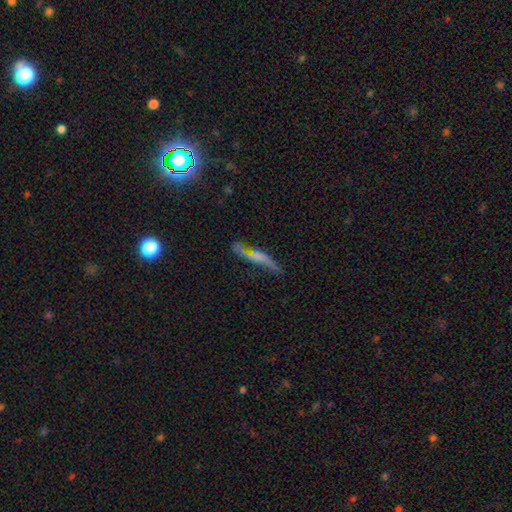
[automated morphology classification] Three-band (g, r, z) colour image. It shows a featured or disk galaxy (69%). Merging: none (57%).